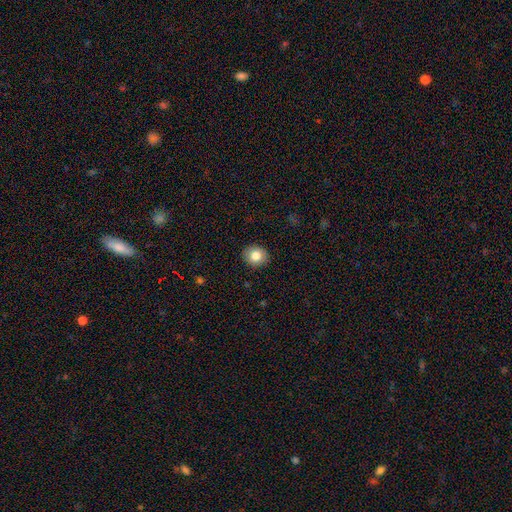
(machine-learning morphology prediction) Overall: smooth (82%). How rounded: round (76%). Merging: none (90%).